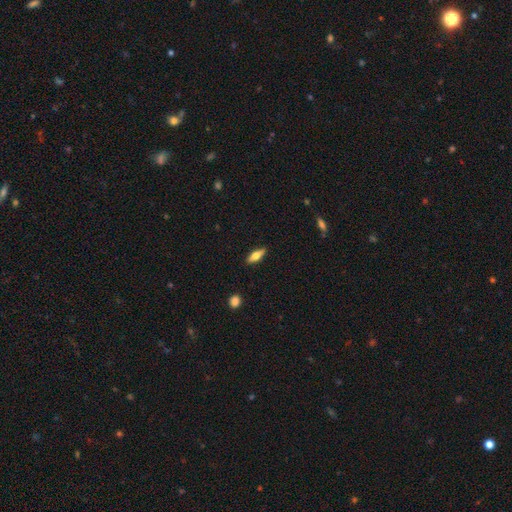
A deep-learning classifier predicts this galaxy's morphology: The model was most divided on "how rounded": in between: 59%, cigar-shaped: 38%, round: 3%. More confident: merging — none (89%); smooth or featured — smooth (62%).